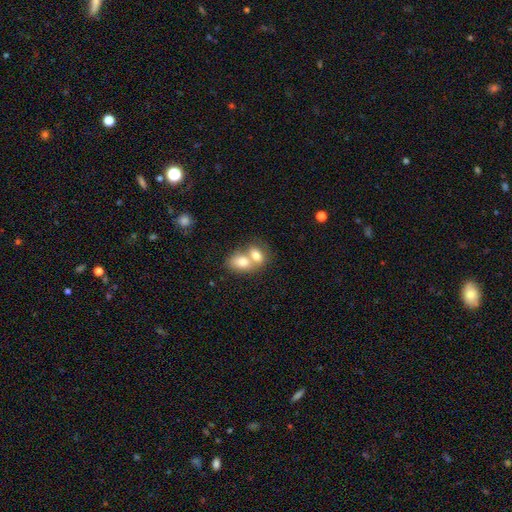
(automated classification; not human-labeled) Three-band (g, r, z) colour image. It shows a smooth galaxy with no disk features (75%) that is in between round and cigar-shaped (74%). Merging: merger (72%).